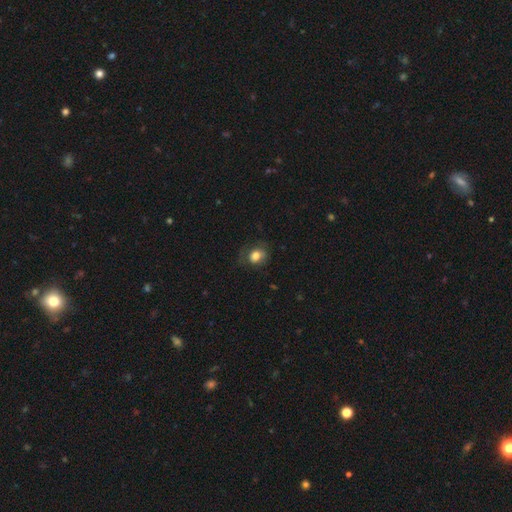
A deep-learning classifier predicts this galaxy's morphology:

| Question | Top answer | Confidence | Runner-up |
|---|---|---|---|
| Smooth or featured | smooth | 78% | featured or disk (12%) |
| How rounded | round | 59% | in between (40%) |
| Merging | none | 63% | minor disturbance (23%) |